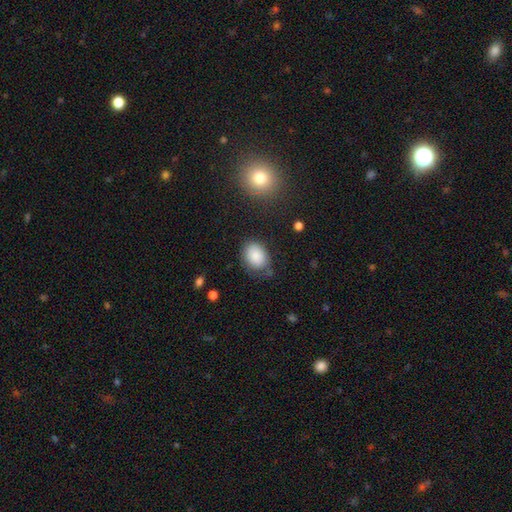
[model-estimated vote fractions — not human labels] Smooth or featured?
  - smooth: 85% *
  - star or artifact: 8%
  - featured or disk: 7%
How rounded?
  - in between: 65% *
  - round: 34%
  - cigar-shaped: 1%
Merging?
  - none: 68% *
  - minor disturbance: 22%
  - major disturbance: 7%
  - merger: 3%